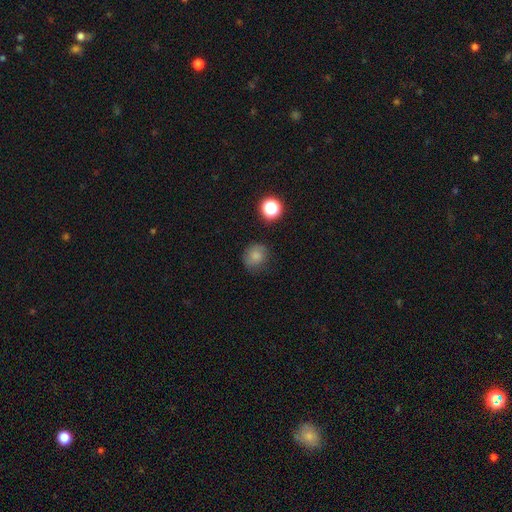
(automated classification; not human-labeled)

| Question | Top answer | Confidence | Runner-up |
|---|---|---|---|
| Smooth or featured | smooth | 78% | star or artifact (13%) |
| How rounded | round | 82% | in between (17%) |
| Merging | none | 73% | minor disturbance (19%) |